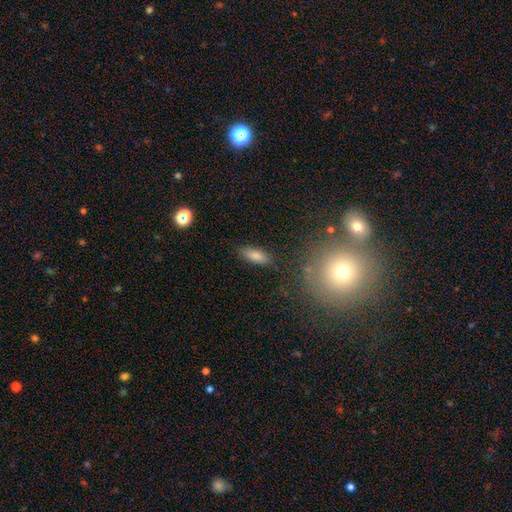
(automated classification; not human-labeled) The model was most divided on "how rounded": in between: 71%, cigar-shaped: 26%, round: 2%. More confident: merging — none (83%); smooth or featured — smooth (80%).